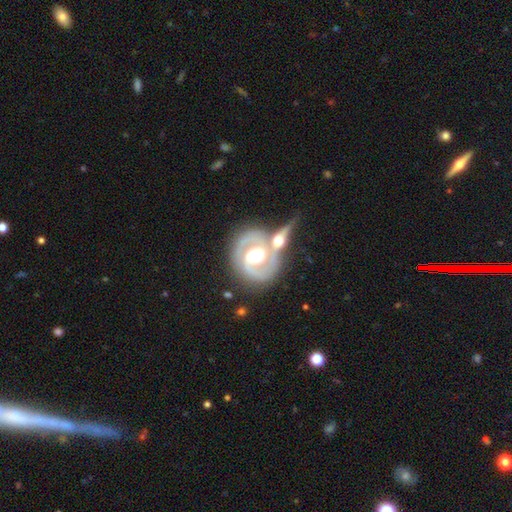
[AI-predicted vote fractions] Smooth or featured? featured or disk (84%)
Edge-on disk? no (95%)
Bar? no (44%)
Spiral arms? yes (85%)
Spiral winding? tight (46%)
Spiral arm count? 2 (82%)
Bulge size? moderate (56%)
Merging? none (43%)